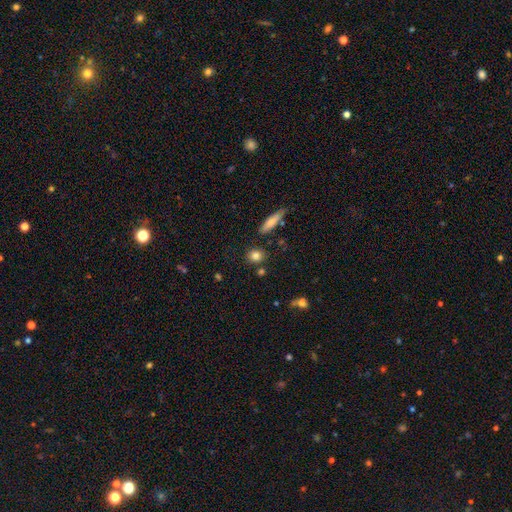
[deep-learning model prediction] Smooth or featured? Predicted: smooth (p=0.82). How rounded? Predicted: round (p=0.72). Merging? Predicted: none (p=0.81).